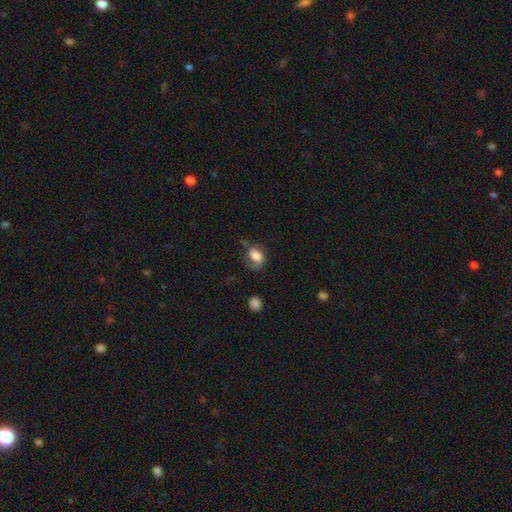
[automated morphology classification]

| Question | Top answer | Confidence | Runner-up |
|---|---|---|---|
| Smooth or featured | smooth | 73% | featured or disk (18%) |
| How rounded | in between | 72% | round (26%) |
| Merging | none | 40% | minor disturbance (30%) |